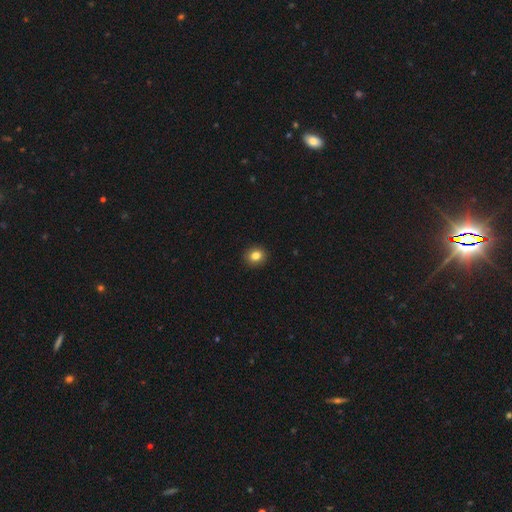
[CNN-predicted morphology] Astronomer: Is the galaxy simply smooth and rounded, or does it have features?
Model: smooth — 83%.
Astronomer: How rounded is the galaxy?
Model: round — 74%.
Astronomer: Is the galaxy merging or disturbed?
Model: none — 92%.